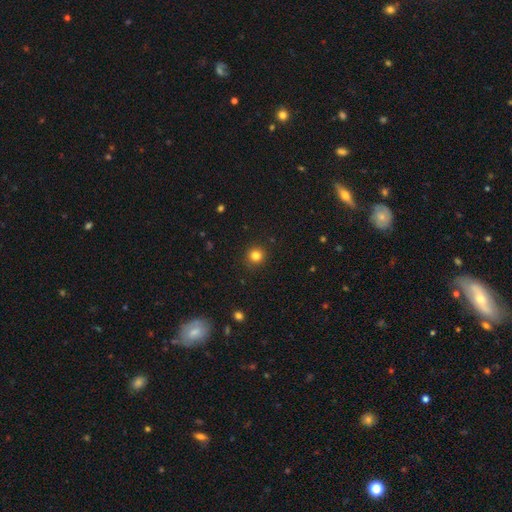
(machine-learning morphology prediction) Smooth or featured? Predicted: smooth (p=0.83). How rounded? Predicted: round (p=0.92). Merging? Predicted: none (p=0.91).